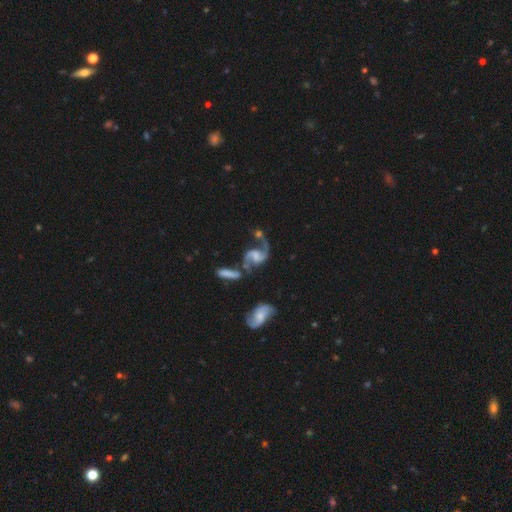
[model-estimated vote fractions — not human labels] Smooth or featured? featured or disk (89%)
Edge-on disk? no (97%)
Bar? weak (46%)
Spiral arms? yes (97%)
Spiral winding? loose (55%)
Spiral arm count? 2 (92%)
Bulge size? small (35%)
Merging? none (49%)